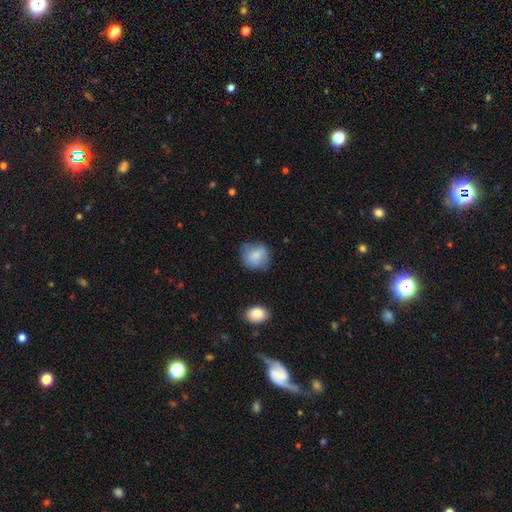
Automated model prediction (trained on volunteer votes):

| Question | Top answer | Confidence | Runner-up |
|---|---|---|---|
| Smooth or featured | smooth | 80% | featured or disk (12%) |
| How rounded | round | 78% | in between (21%) |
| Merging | none | 71% | minor disturbance (21%) |